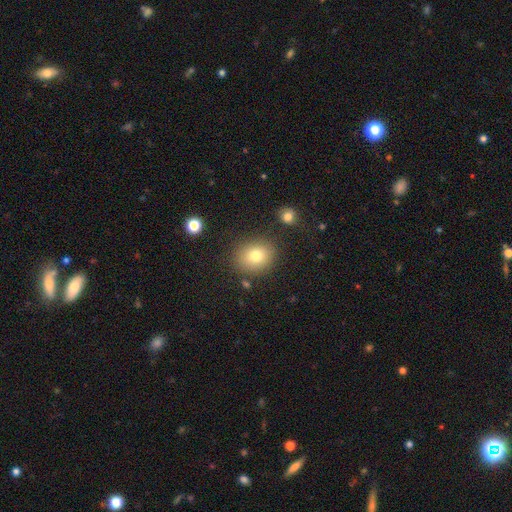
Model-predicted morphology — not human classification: smooth 77%, star or artifact 12%, featured or disk 11%. Down the decision tree: how rounded — round (65%); merging — none (83%).